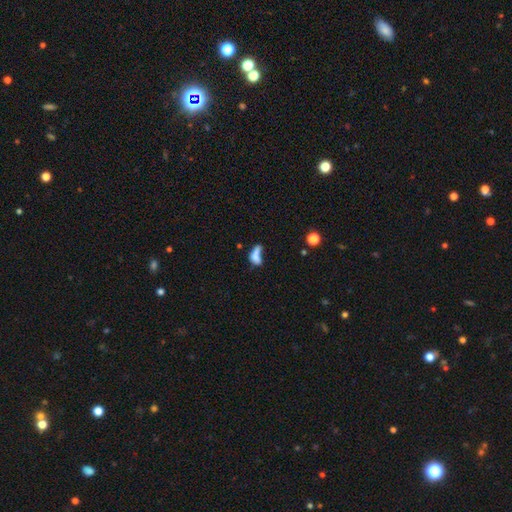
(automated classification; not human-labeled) Smooth or featured? smooth (64%)
How rounded? in between (70%)
Merging? merger (37%)